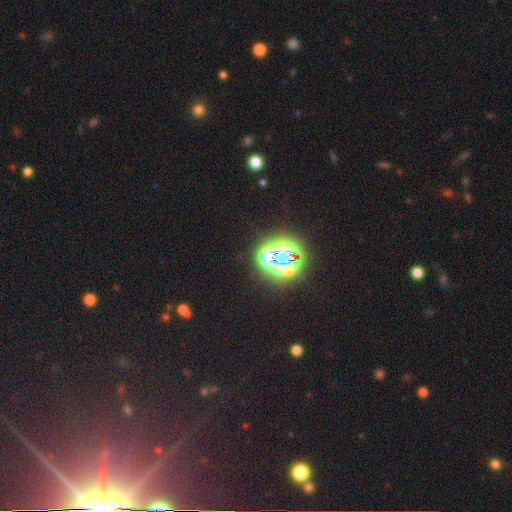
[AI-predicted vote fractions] A star or artifact, not a galaxy (78%).

Vote fractions:
- Smooth or featured? star or artifact: 78% / smooth: 14% / featured or disk: 7%